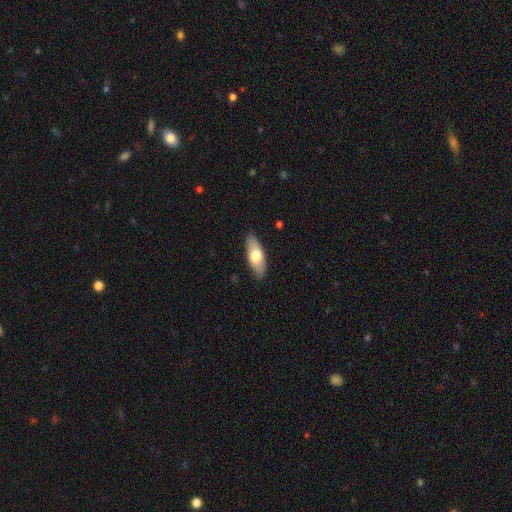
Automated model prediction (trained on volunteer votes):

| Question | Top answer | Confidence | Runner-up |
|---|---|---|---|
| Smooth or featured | smooth | 67% | featured or disk (28%) |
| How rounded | in between | 77% | cigar-shaped (20%) |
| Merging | none | 87% | minor disturbance (10%) |